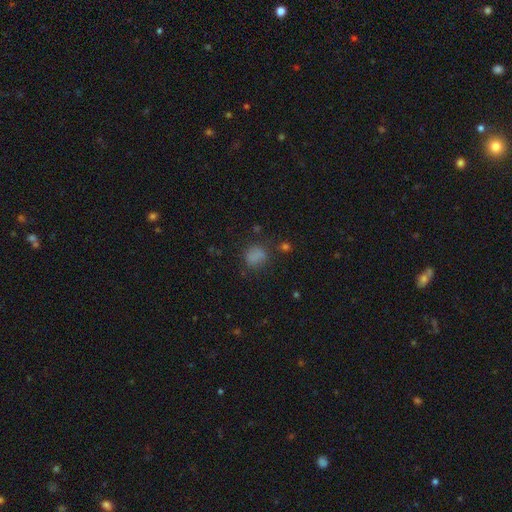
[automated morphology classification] Q: Smooth or featured?
A: smooth (76%); runner-up: star or artifact (17%)
Q: How rounded?
A: round (62%); runner-up: in between (37%)
Q: Merging?
A: none (72%); runner-up: minor disturbance (17%)